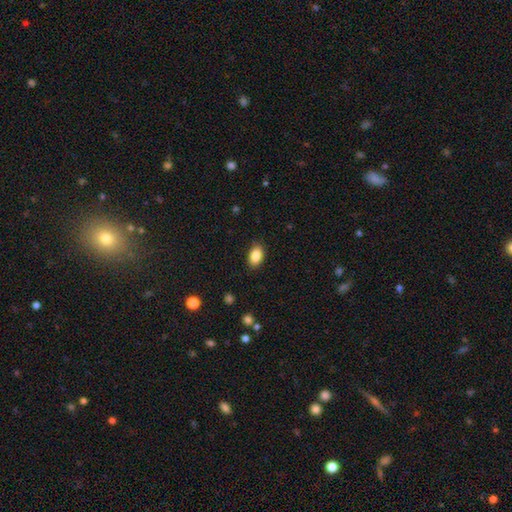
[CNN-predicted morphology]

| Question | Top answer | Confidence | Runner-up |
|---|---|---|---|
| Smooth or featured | smooth | 87% | star or artifact (8%) |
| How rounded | in between | 89% | round (9%) |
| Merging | none | 87% | minor disturbance (10%) |